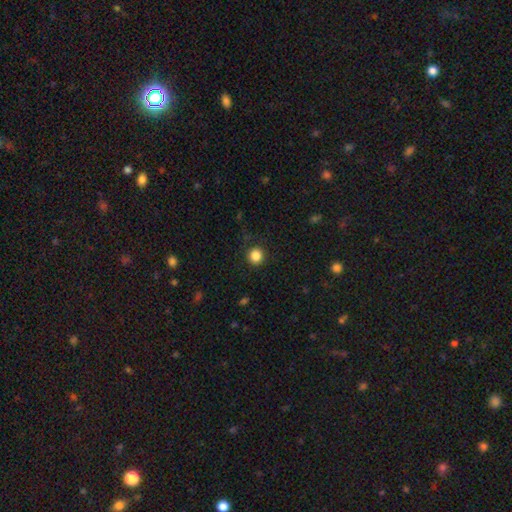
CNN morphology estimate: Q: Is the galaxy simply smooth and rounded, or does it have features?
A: smooth — 86%.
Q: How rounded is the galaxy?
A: round — 93%.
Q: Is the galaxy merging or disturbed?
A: none — 90%.